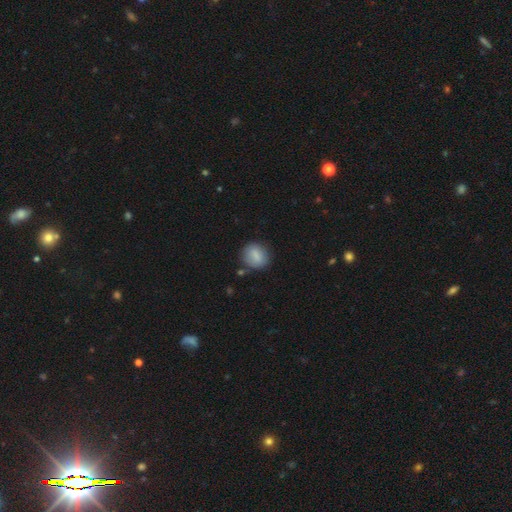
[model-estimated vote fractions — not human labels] smooth-or-featured: smooth: 82% | featured or disk: 10% | star or artifact: 8%
  how-rounded: round: 68% | in between: 31% | cigar-shaped: 2%
  merging: none: 79% | minor disturbance: 14% | major disturbance: 4% | merger: 3%